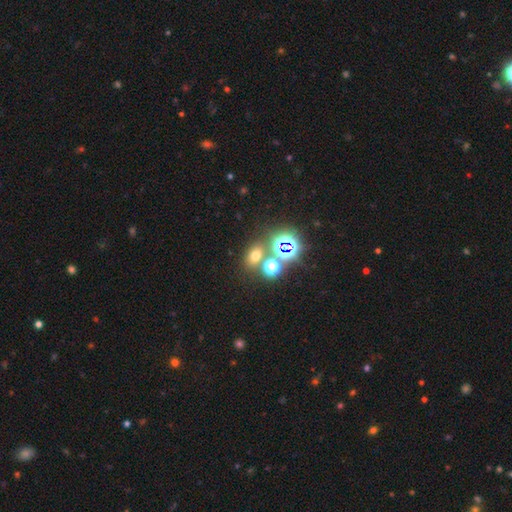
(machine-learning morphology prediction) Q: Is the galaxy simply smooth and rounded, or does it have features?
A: smooth — 54%.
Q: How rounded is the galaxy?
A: in between — 56%.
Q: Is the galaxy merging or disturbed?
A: none — 67%.